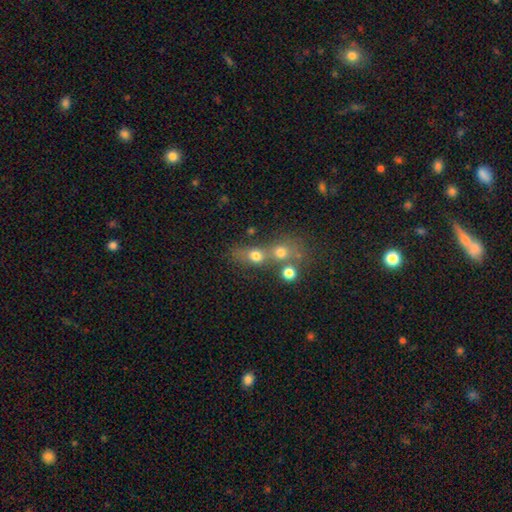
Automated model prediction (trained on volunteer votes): smooth 68%, star or artifact 16%, featured or disk 16%. Down the decision tree: how rounded — round (63%); merging — merger (50%).